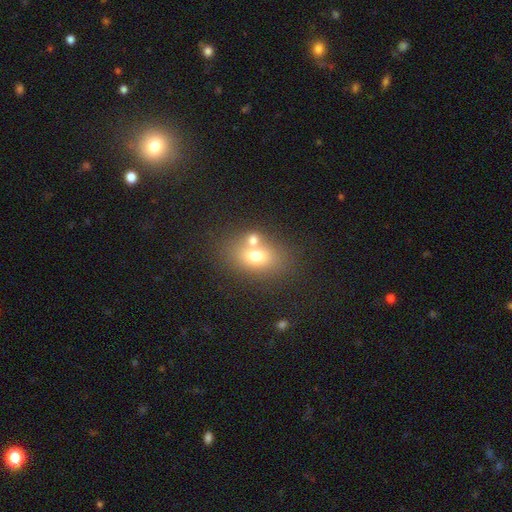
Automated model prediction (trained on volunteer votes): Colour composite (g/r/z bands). It shows a smooth galaxy with no disk features (69%) that is in between round and cigar-shaped (71%). Merging: none (49%).